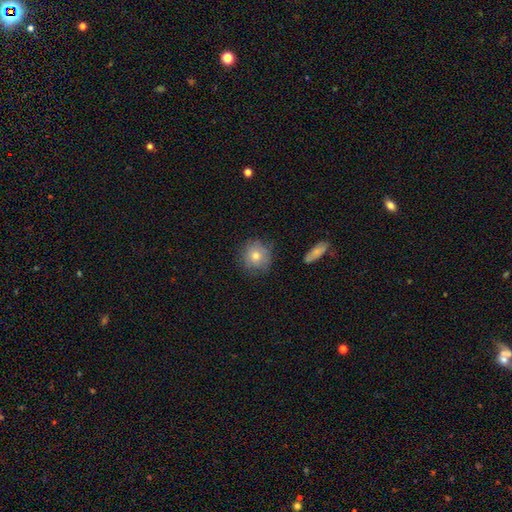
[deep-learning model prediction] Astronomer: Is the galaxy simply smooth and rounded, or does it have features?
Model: smooth — 68%.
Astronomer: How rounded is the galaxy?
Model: round — 89%.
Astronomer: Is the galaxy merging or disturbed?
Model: none — 78%.